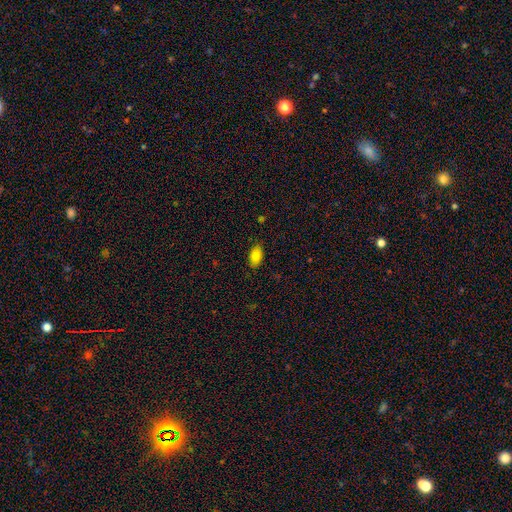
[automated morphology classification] smooth-or-featured: smooth: 83% | star or artifact: 8% | featured or disk: 8%
  how-rounded: in between: 92% | round: 5% | cigar-shaped: 2%
  merging: none: 85% | minor disturbance: 12% | major disturbance: 2% | merger: 1%